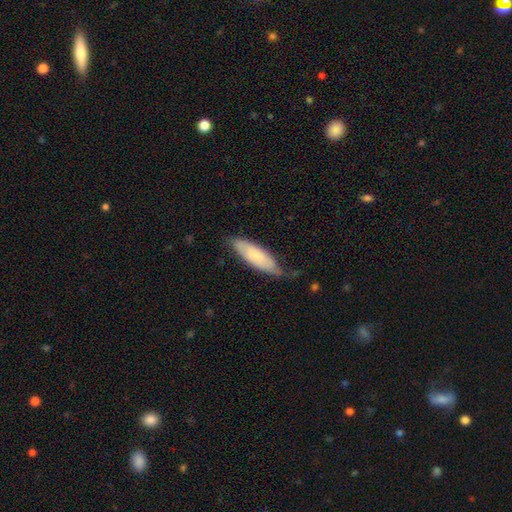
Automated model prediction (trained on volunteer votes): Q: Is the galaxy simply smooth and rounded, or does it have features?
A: smooth — 72%.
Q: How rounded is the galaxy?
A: in between — 53%.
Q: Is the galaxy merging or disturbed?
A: none — 57%.